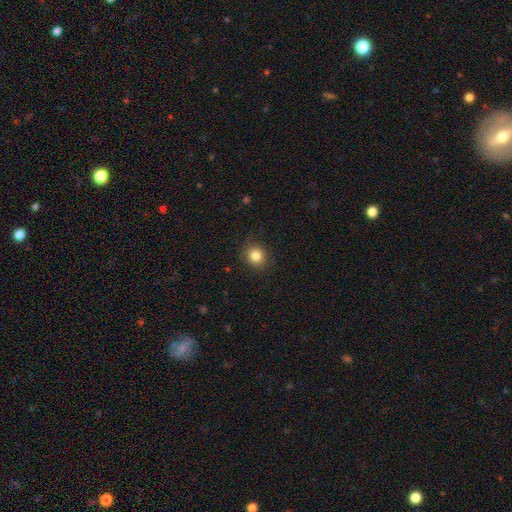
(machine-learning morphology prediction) Q: Smooth or featured?
A: smooth (84%); runner-up: star or artifact (11%)
Q: How rounded?
A: round (88%); runner-up: in between (11%)
Q: Merging?
A: none (89%); runner-up: minor disturbance (8%)